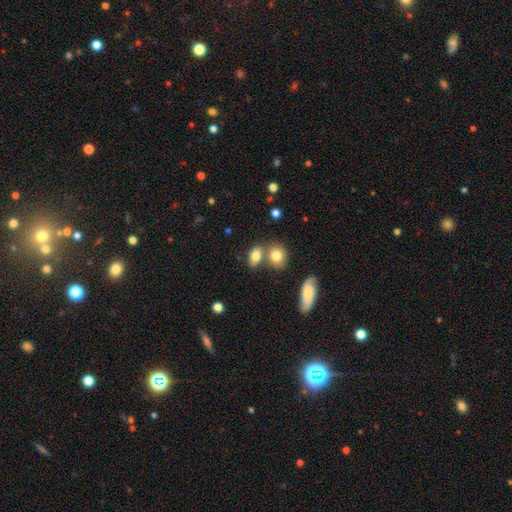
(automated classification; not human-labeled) Smooth or featured? Predicted: smooth (p=0.78). How rounded? Predicted: in between (p=0.78). Merging? Predicted: none (p=0.51).